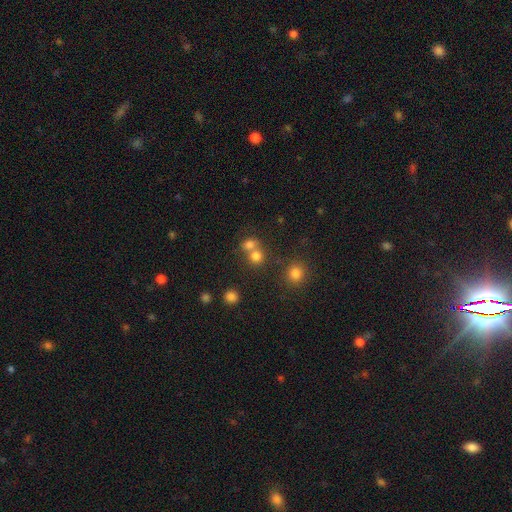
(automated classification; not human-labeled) The model was most divided on "merging": none: 46%, merger: 45%, minor disturbance: 6%, major disturbance: 3%. More confident: how rounded — round (82%); smooth or featured — smooth (76%).